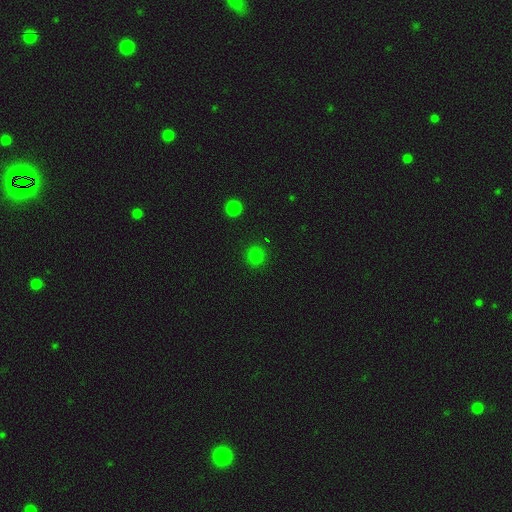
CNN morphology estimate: Smooth or featured? Predicted: smooth (p=0.80). How rounded? Predicted: round (p=0.94). Merging? Predicted: none (p=0.91).